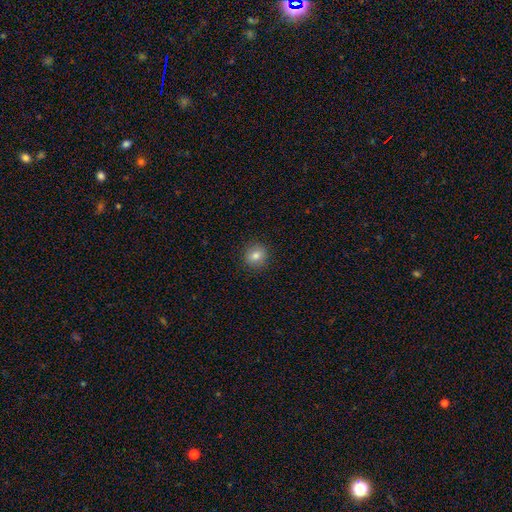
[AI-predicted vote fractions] Morphology: type=smooth (81%); roundness=round (85%); merging=none (90%).